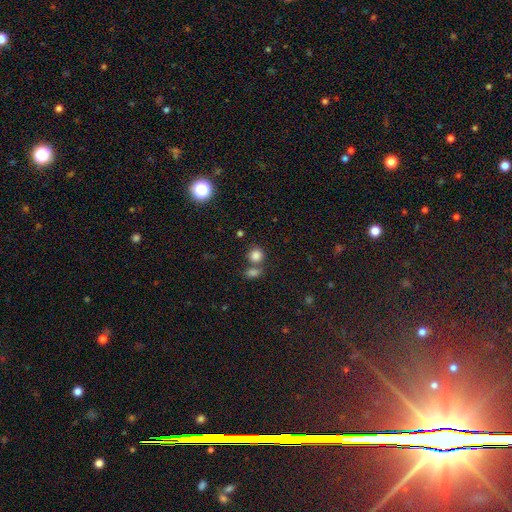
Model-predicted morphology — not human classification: Smooth or featured: smooth — 82% (star or artifact — 12%)
How rounded: round — 82% (in between — 17%)
Merging: none — 55% (merger — 33%)